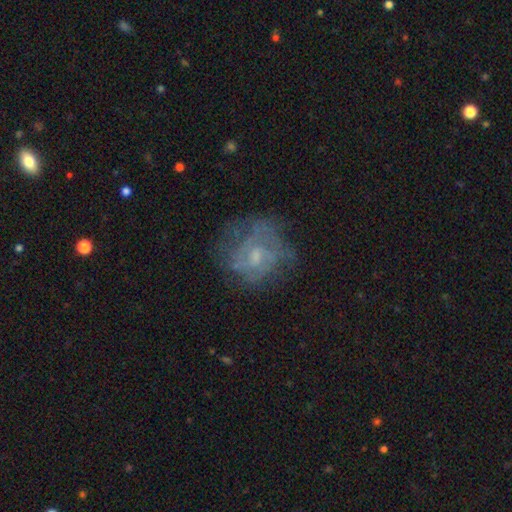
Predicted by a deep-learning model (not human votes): A featured or disk galaxy (59%) with no bar (64%), spiral arms (53%) and a small central bulge (47%).

Vote fractions:
- Smooth or featured? featured or disk: 59% / smooth: 28% / star or artifact: 13%
- Edge-on disk? no: 97% / yes: 3%
- Bar? no: 64% / weak: 31% / strong: 5%
- Spiral arms? yes: 53% / no: 47%
- Bulge size? small: 47% / moderate: 36% / none: 14% / large: 2% / dominant: 1%
- Merging? none: 60% / minor disturbance: 21% / major disturbance: 18% / merger: 2%